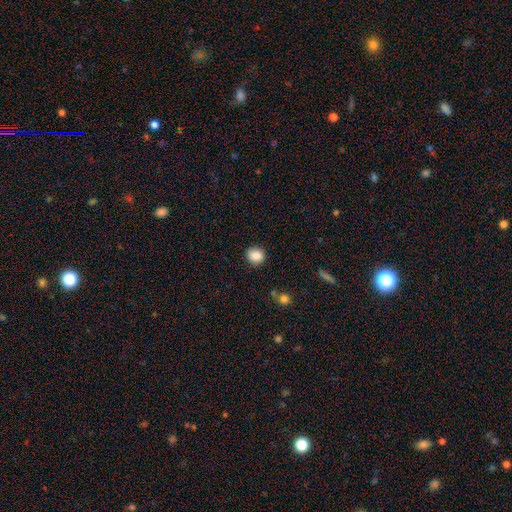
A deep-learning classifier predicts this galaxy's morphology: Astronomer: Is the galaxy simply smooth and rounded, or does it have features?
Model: smooth — 88%.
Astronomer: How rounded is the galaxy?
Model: round — 85%.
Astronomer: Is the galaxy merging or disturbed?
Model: none — 86%.